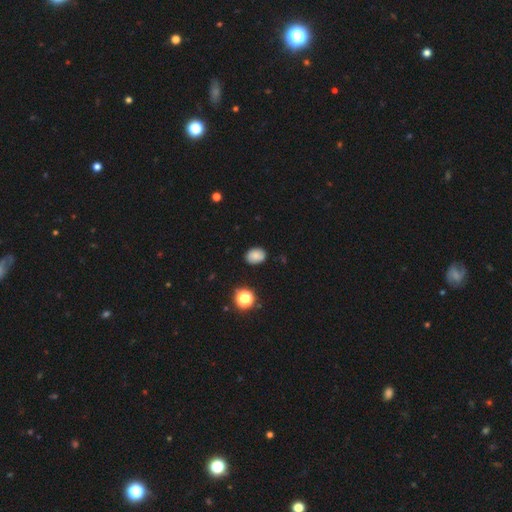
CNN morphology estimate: smooth 83%, star or artifact 11%, featured or disk 5%. Down the decision tree: how rounded — in between (66%); merging — none (85%).